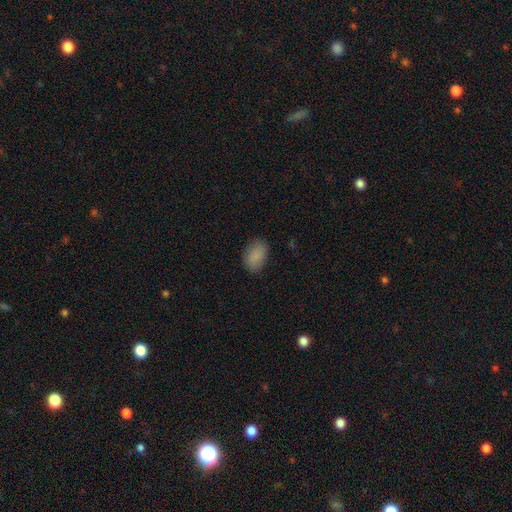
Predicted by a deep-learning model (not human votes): This is clearly a smooth galaxy (88%). How rounded: clearly in between (88%). Merging: clearly none (81%).